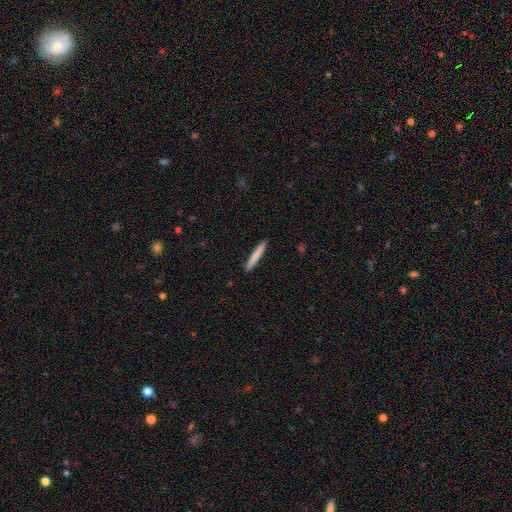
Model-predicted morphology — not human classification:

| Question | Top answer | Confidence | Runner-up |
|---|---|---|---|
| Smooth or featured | smooth | 79% | featured or disk (16%) |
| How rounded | cigar-shaped | 96% | in between (3%) |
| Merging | none | 92% | minor disturbance (5%) |